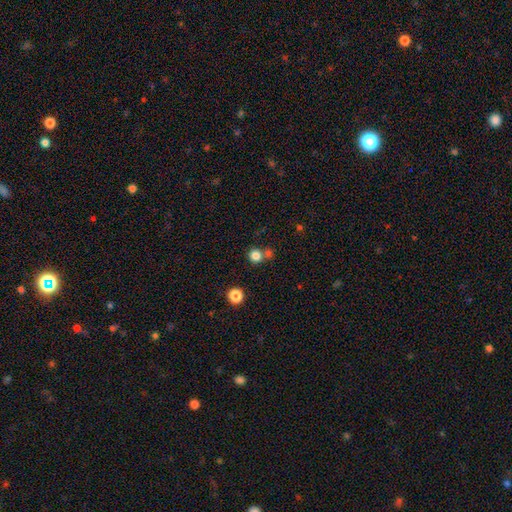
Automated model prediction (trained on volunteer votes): smooth-or-featured: smooth: 82% | star or artifact: 13% | featured or disk: 5%
  how-rounded: round: 91% | in between: 8% | cigar-shaped: 1%
  merging: none: 66% | merger: 24% | minor disturbance: 8% | major disturbance: 3%